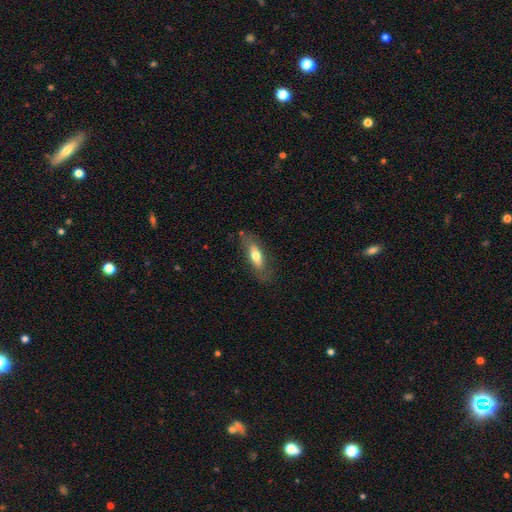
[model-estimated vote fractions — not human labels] Overall: smooth (60%; featured or disk 34%). How rounded: in between (58%; cigar-shaped 39%). Merging: none (73%).